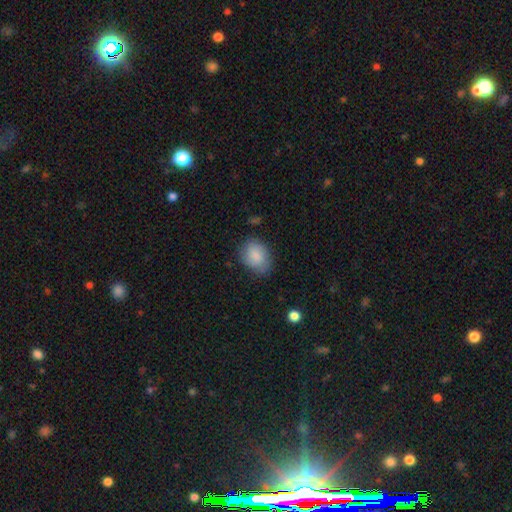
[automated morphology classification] Q: Smooth or featured?
A: smooth (84%); runner-up: featured or disk (9%)
Q: How rounded?
A: in between (64%); runner-up: round (35%)
Q: Merging?
A: none (72%); runner-up: minor disturbance (21%)